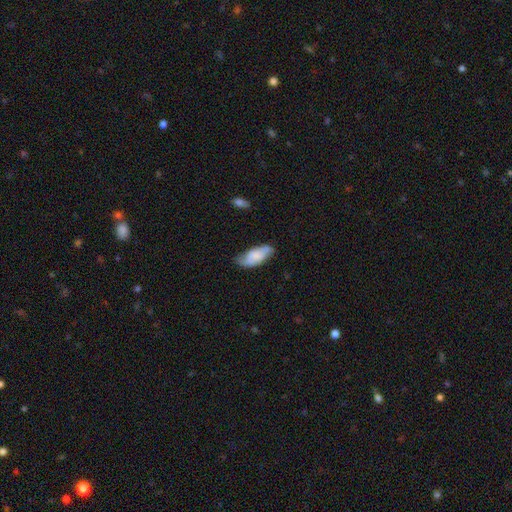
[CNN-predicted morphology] A smooth galaxy with no disk features (65%) that is in between round and cigar-shaped (85%).

Vote fractions:
- Smooth or featured? smooth: 65% / featured or disk: 28% / star or artifact: 7%
- How rounded? in between: 85% / cigar-shaped: 13% / round: 2%
- Merging? none: 60% / minor disturbance: 30% / major disturbance: 8% / merger: 2%